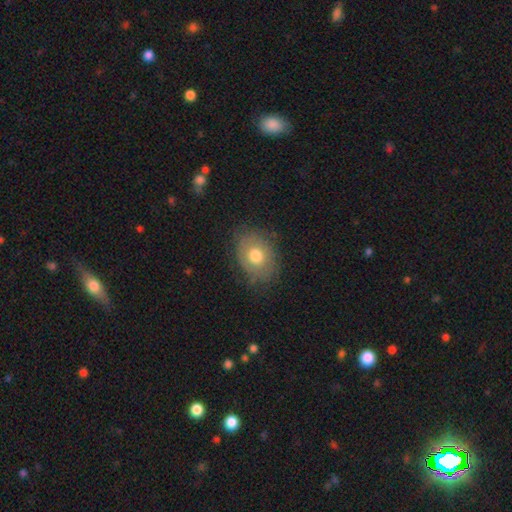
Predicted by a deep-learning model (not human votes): Smooth or featured?
  - smooth: 62% *
  - featured or disk: 29%
  - star or artifact: 8%
How rounded?
  - in between: 65% *
  - round: 34%
  - cigar-shaped: 1%
Merging?
  - none: 72% *
  - minor disturbance: 20%
  - major disturbance: 7%
  - merger: 1%